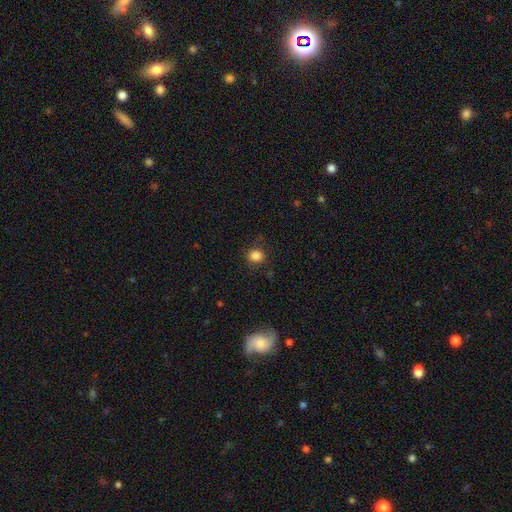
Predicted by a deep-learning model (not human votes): Smooth or featured: smooth — 84% (star or artifact — 12%)
How rounded: round — 78% (in between — 21%)
Merging: none — 82% (minor disturbance — 12%)